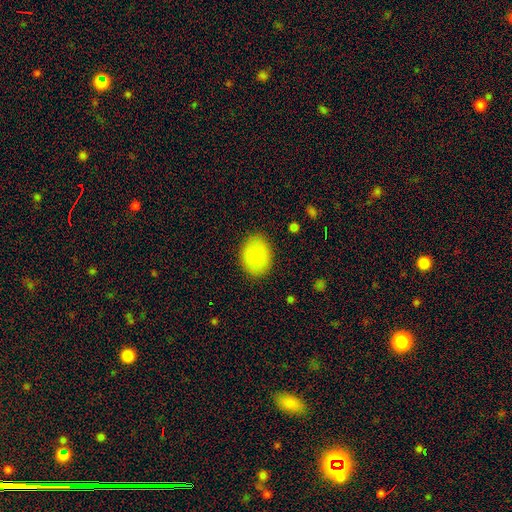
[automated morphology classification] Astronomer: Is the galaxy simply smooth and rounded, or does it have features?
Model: smooth — 86%.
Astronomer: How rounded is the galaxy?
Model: in between — 68%.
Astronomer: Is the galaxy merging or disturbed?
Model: none — 86%.